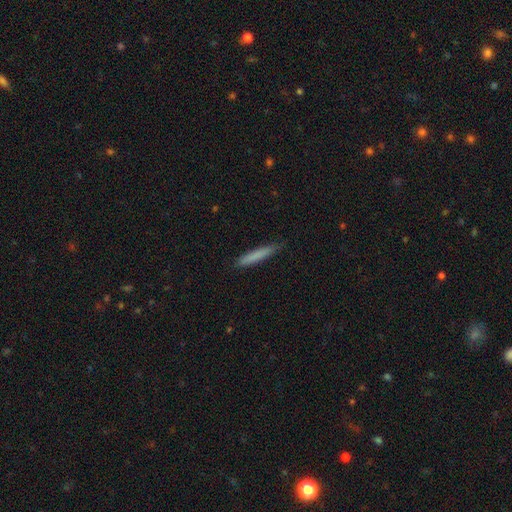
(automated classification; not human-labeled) This appears to be a smooth galaxy with no disk features (79%) that is cigar-shaped (95%). Merging: none (85%).